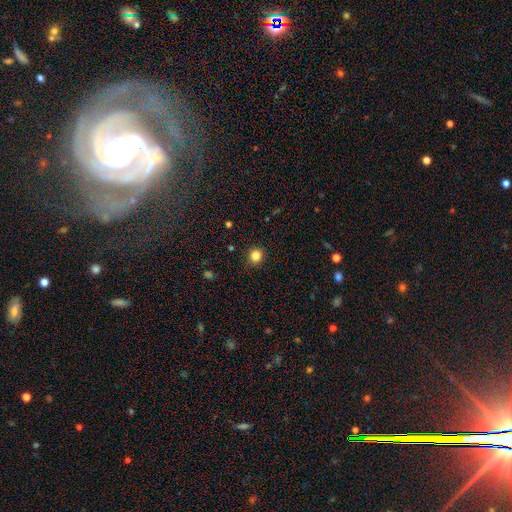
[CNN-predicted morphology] Overall: smooth (84%). How rounded: round (89%). Merging: none (90%).